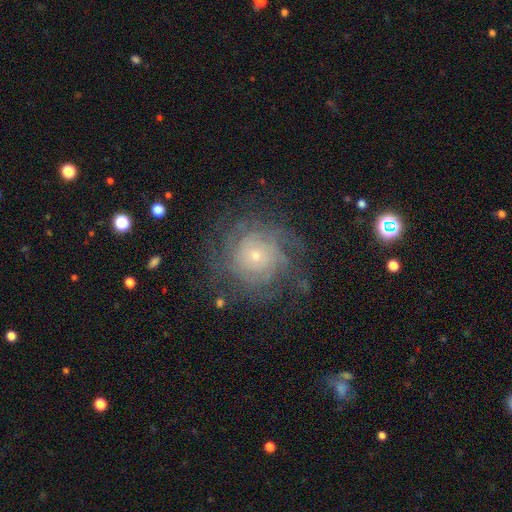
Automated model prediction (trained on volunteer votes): Q: Smooth or featured?
A: featured or disk (76%); runner-up: smooth (15%)
Q: Edge-on disk?
A: no (97%); runner-up: yes (3%)
Q: Bar?
A: no (83%); runner-up: weak (14%)
Q: Spiral arms?
A: yes (91%); runner-up: no (9%)
Q: Spiral winding?
A: tight (72%); runner-up: medium (21%)
Q: Spiral arm count?
A: can't tell (43%); runner-up: 4 (16%)
Q: Bulge size?
A: small (76%); runner-up: moderate (19%)
Q: Merging?
A: none (73%); runner-up: minor disturbance (15%)